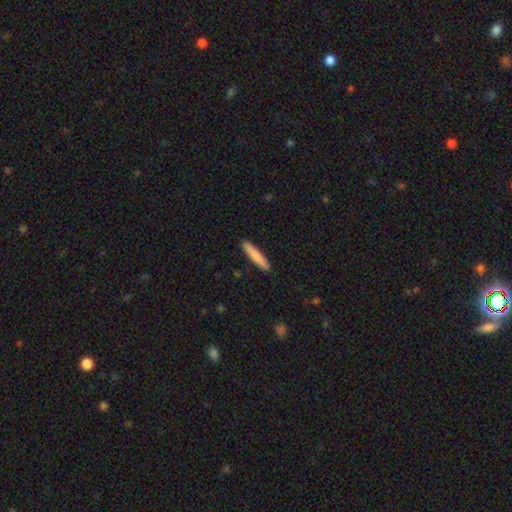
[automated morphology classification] Smooth or featured?
  - smooth: 83% *
  - featured or disk: 11%
  - star or artifact: 5%
How rounded?
  - cigar-shaped: 91% *
  - in between: 7%
  - round: 1%
Merging?
  - none: 91% *
  - minor disturbance: 7%
  - major disturbance: 1%
  - merger: 1%